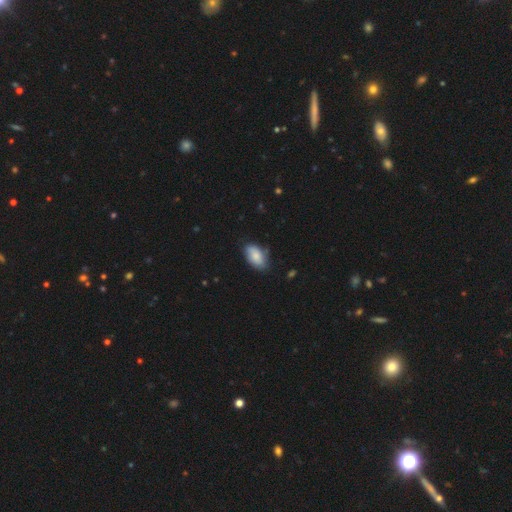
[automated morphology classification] Smooth or featured: smooth — 77% (featured or disk — 16%)
How rounded: in between — 93% (round — 5%)
Merging: none — 67% (minor disturbance — 26%)